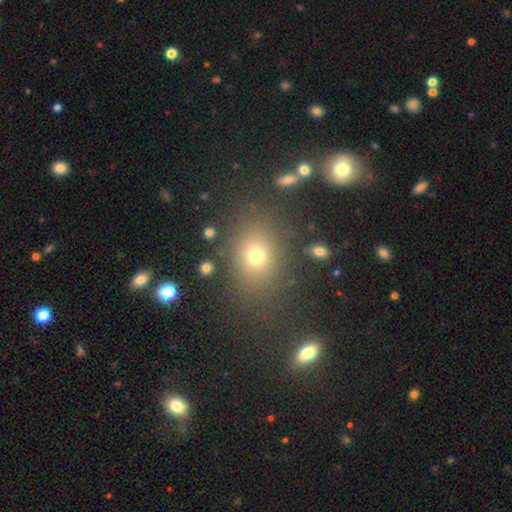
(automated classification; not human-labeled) A smooth galaxy with no disk features (70%) that is in between round and cigar-shaped (54%). Merging: none (81%).